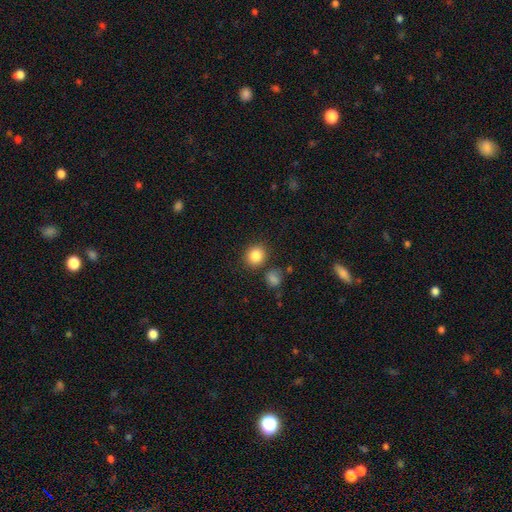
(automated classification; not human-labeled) Morphology: type=smooth (85%); roundness=round (82%); merging=none (83%).